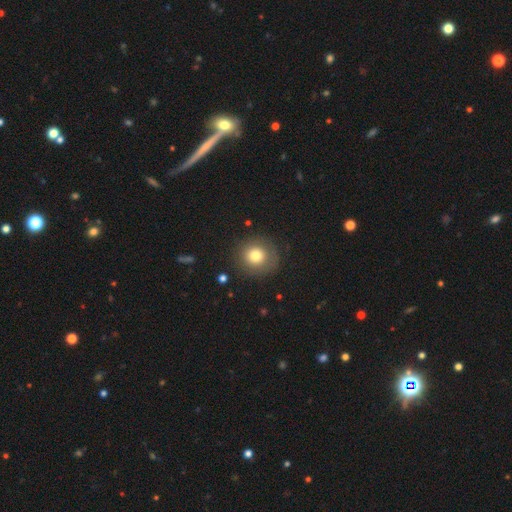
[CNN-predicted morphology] smooth_or_featured: smooth (p=0.77) [alt: featured or disk p=0.12]
how_rounded: round (p=0.92) [alt: in between p=0.07]
merging: none (p=0.85) [alt: minor disturbance p=0.09]